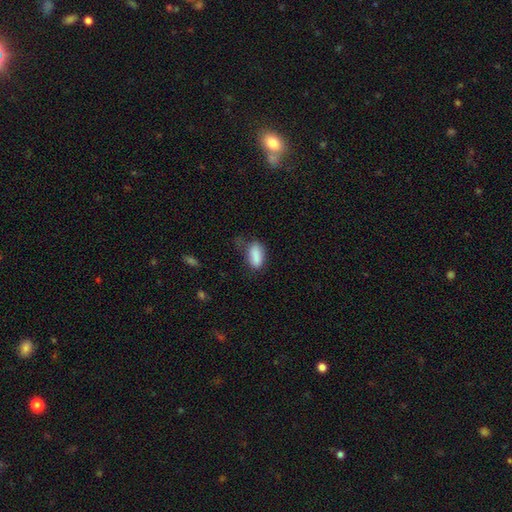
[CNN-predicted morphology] This is clearly a smooth galaxy (85%). How rounded: clearly in between (84%). Merging: possibly none (48%).